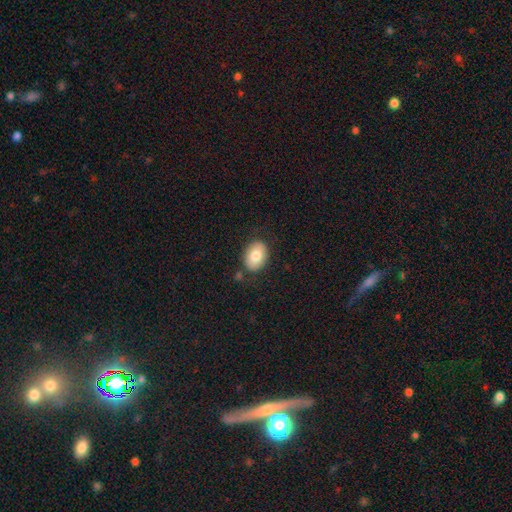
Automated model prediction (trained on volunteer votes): smooth-or-featured: smooth: 79% | featured or disk: 14% | star or artifact: 7%
  how-rounded: in between: 78% | round: 21% | cigar-shaped: 1%
  merging: none: 78% | minor disturbance: 14% | merger: 4% | major disturbance: 4%